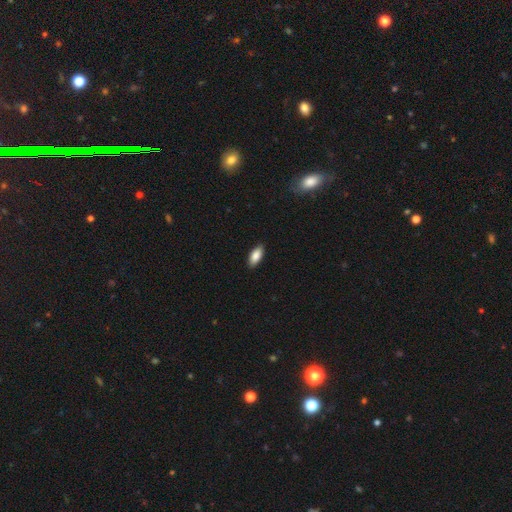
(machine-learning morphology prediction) Q: Smooth or featured?
A: smooth (87%); runner-up: featured or disk (7%)
Q: How rounded?
A: in between (85%); runner-up: cigar-shaped (13%)
Q: Merging?
A: none (88%); runner-up: minor disturbance (9%)